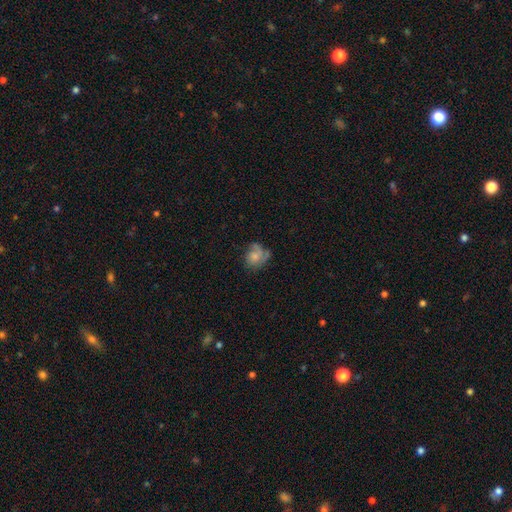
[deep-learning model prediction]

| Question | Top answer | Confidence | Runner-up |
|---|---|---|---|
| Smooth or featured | smooth | 52% | featured or disk (38%) |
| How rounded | round | 60% | in between (39%) |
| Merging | none | 47% | minor disturbance (26%) |